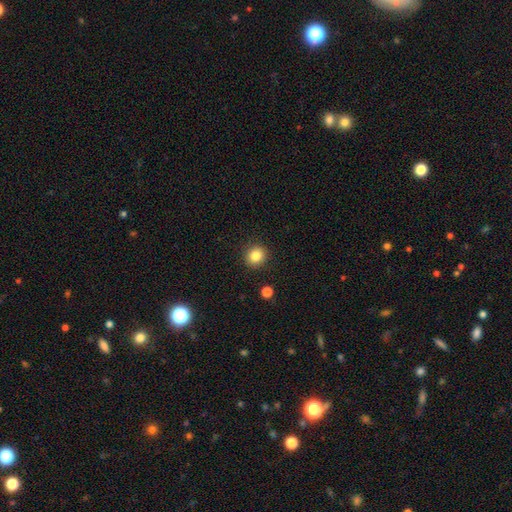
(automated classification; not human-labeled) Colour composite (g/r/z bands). It shows a smooth galaxy with no disk features (84%) that is round (85%). Merging: none (91%).